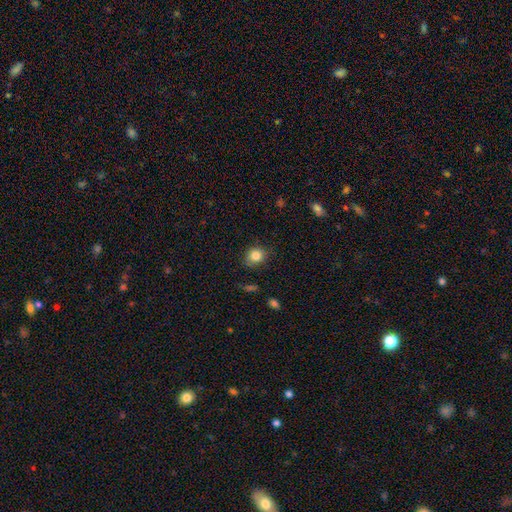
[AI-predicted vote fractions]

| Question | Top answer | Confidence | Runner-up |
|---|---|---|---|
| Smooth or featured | smooth | 83% | star or artifact (10%) |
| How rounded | round | 72% | in between (27%) |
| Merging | none | 78% | minor disturbance (17%) |